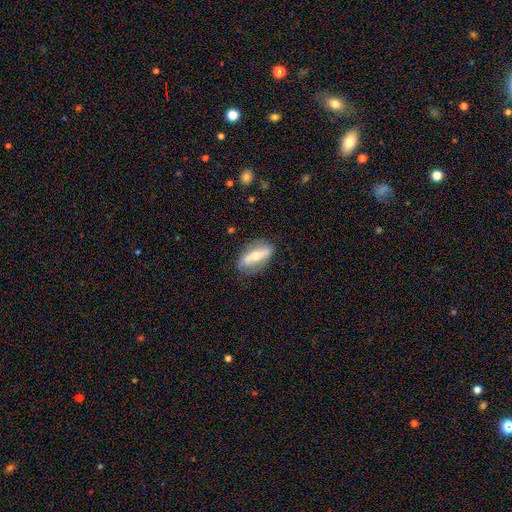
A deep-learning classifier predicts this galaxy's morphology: A featured or disk galaxy (56%).

Vote fractions:
- Smooth or featured? featured or disk: 56% / smooth: 38% / star or artifact: 6%
- Edge-on disk? no: 58% / yes: 42%
- Merging? none: 78% / minor disturbance: 16% / major disturbance: 5% / merger: 1%